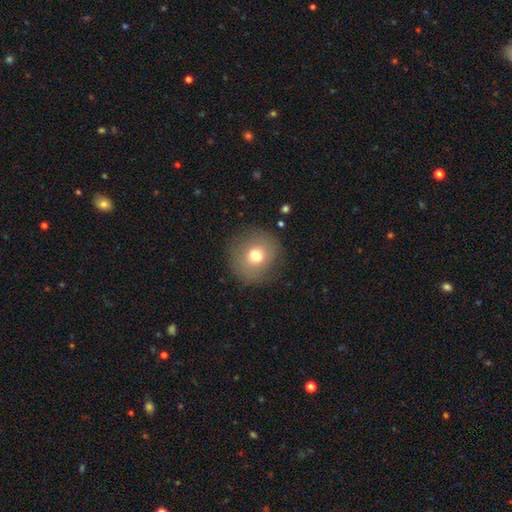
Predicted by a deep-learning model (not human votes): smooth-or-featured: smooth: 73% | featured or disk: 17% | star or artifact: 10%
  how-rounded: round: 87% | in between: 12% | cigar-shaped: 1%
  merging: none: 83% | minor disturbance: 11% | major disturbance: 5% | merger: 1%